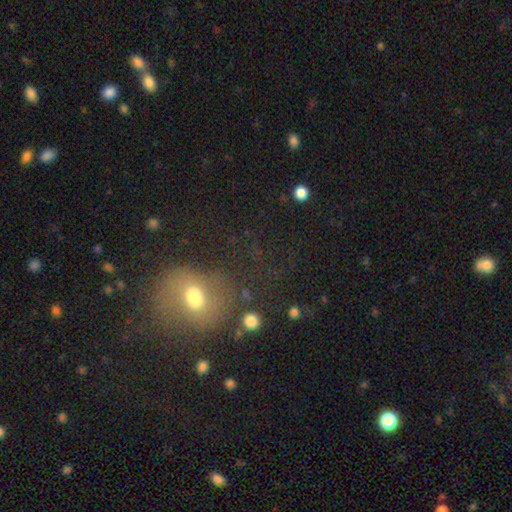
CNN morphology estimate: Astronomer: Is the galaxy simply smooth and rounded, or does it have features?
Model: smooth — 50% (runner-up: star or artifact, 27%).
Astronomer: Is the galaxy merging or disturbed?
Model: none — 59%.